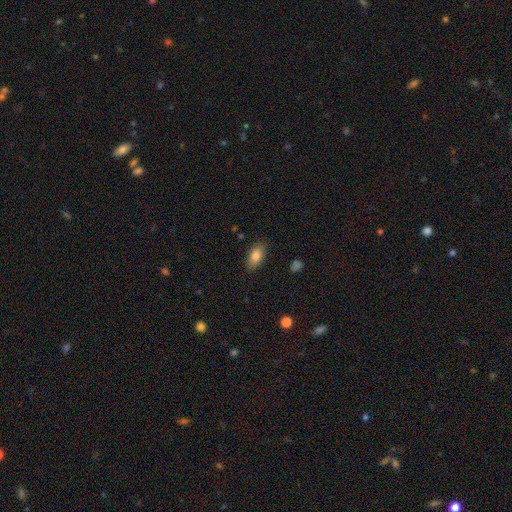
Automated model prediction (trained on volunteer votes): Overall: smooth (83%). How rounded: in between (91%). Merging: none (84%).